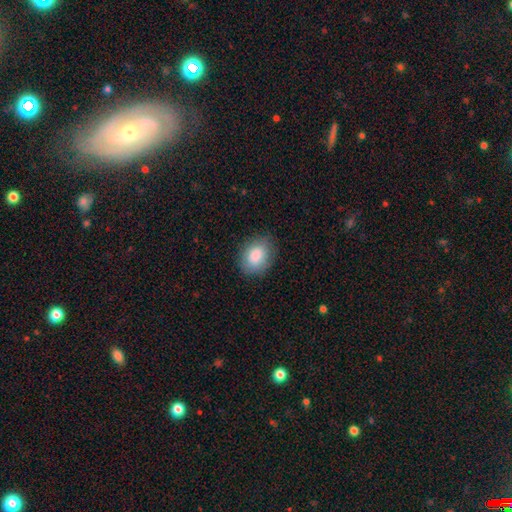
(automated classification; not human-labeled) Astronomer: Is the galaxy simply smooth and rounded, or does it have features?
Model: smooth — 87%.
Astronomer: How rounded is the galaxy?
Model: in between — 72%.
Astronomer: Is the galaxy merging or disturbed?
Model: none — 82%.